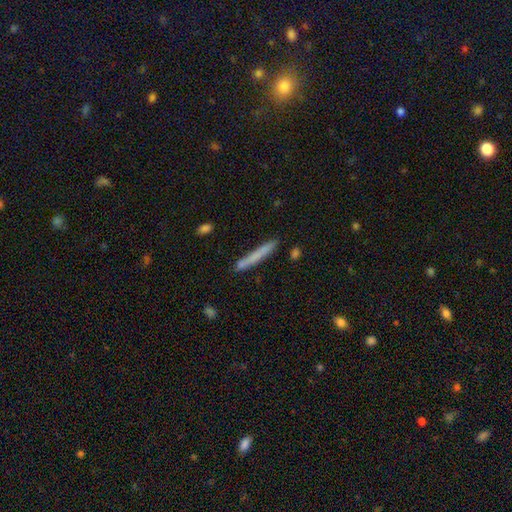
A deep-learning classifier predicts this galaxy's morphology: Smooth or featured? smooth (68%)
How rounded? cigar-shaped (96%)
Merging? none (84%)